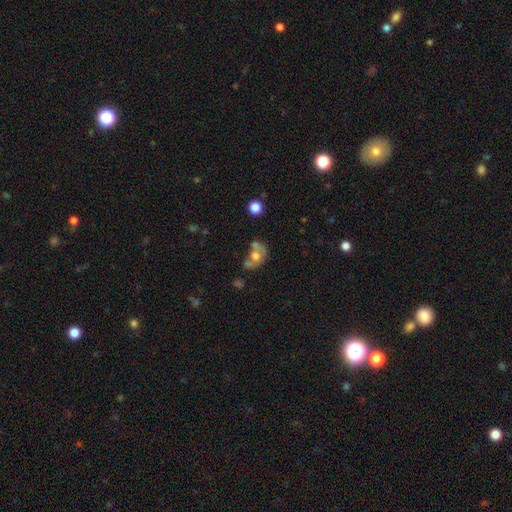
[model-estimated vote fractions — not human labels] A smooth galaxy with no disk features (50%). Merging: merger (36%).